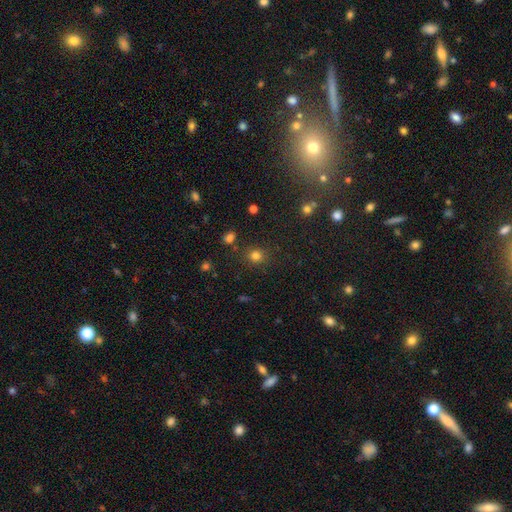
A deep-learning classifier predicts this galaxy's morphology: The model was most divided on "smooth or featured": smooth: 79%, star or artifact: 16%, featured or disk: 5%. More confident: merging — none (83%); how rounded — round (82%).